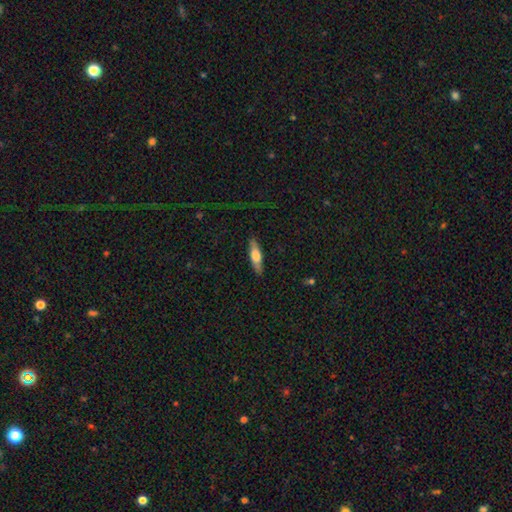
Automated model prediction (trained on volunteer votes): Smooth or featured? smooth (52%)
How rounded? cigar-shaped (69%)
Merging? none (88%)